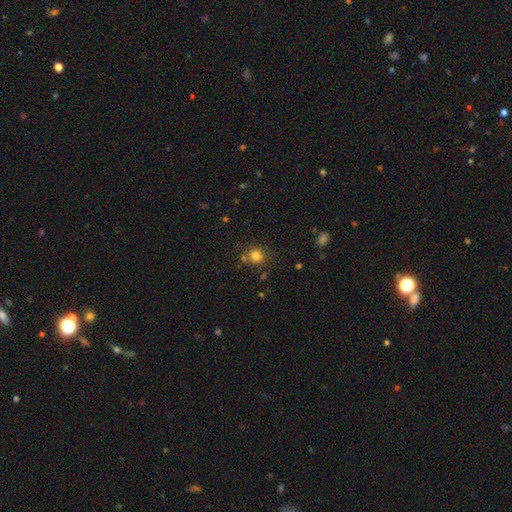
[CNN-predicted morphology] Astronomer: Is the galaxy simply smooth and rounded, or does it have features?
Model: smooth — 81%.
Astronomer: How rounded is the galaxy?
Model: round — 86%.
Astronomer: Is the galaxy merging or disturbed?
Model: none — 76%.